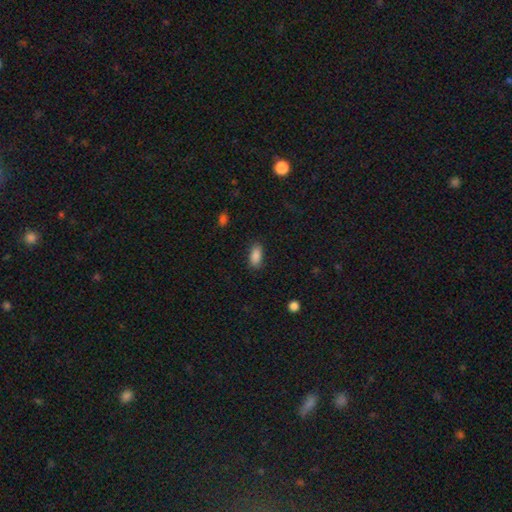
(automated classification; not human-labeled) Overall: smooth (87%). How rounded: in between (88%). Merging: none (84%).